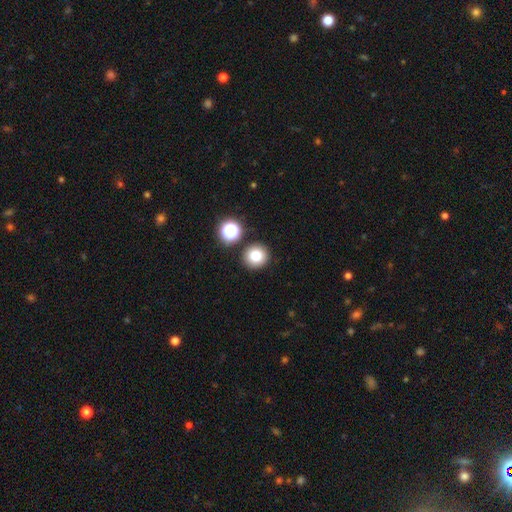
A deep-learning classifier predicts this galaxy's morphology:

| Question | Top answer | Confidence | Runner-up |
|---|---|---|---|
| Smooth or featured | smooth | 80% | star or artifact (13%) |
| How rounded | round | 92% | in between (7%) |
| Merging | none | 86% | minor disturbance (6%) |